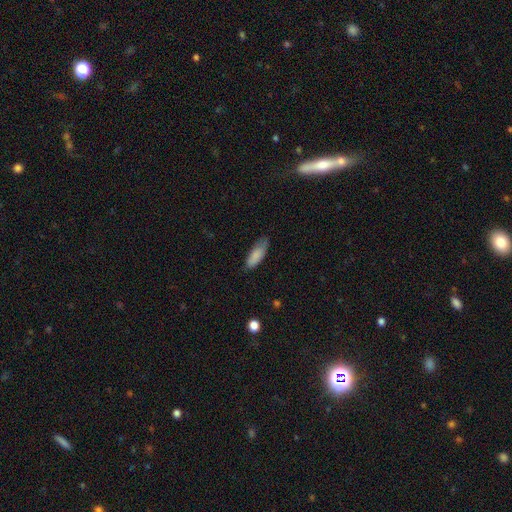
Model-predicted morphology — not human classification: type=smooth (85%); roundness=in between (69%); merging=none (64%).